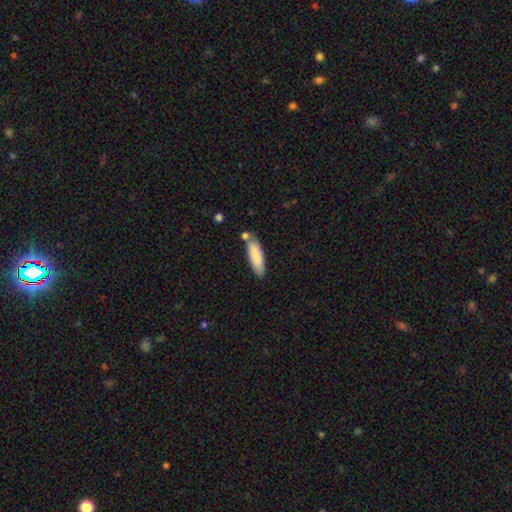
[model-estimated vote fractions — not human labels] Overall: smooth (85%). How rounded: cigar-shaped (52%; in between 46%). Merging: none (68%).